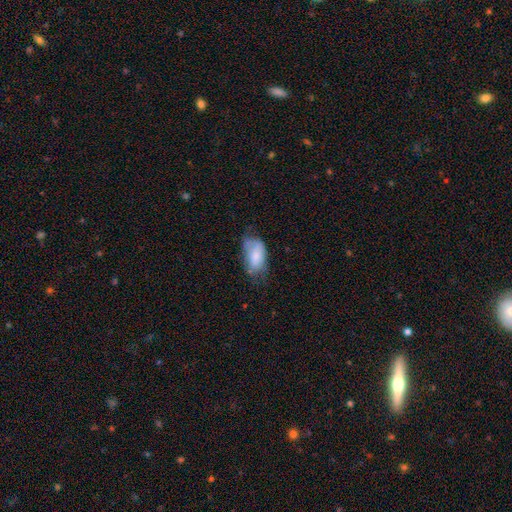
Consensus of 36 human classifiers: Smooth or featured: smooth — 86% (featured or disk — 11%)
How rounded: in between — 87% (round — 10%)
Merging: minor disturbance — 43% (major disturbance — 29%)